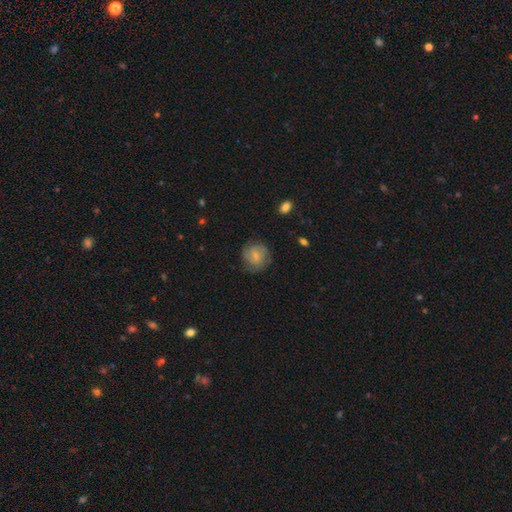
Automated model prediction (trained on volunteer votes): A smooth galaxy with no disk features (54%) that is round (82%).

Vote fractions:
- Smooth or featured? smooth: 54% / featured or disk: 38% / star or artifact: 8%
- How rounded? round: 82% / in between: 17% / cigar-shaped: 1%
- Merging? none: 74% / minor disturbance: 18% / major disturbance: 7% / merger: 1%